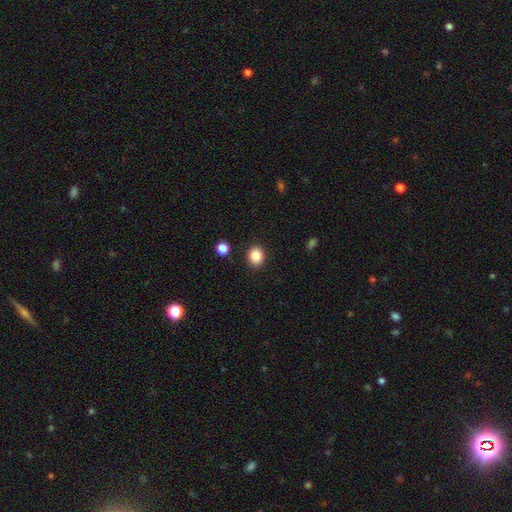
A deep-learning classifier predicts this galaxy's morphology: Smooth or featured? smooth (86%)
How rounded? round (68%)
Merging? none (90%)